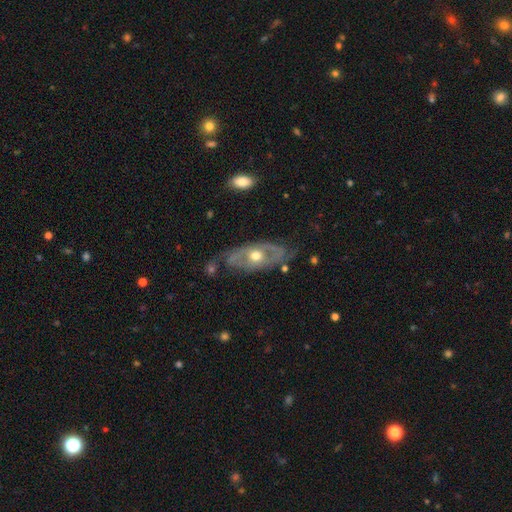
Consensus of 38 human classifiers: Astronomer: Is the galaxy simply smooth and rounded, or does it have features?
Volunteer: featured or disk — 84%.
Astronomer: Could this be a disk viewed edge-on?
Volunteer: no — 94%.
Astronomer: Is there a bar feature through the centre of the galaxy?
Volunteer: no — 70%.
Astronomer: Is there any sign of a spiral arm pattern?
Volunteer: yes — 93%.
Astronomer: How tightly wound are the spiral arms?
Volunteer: tight — 75%.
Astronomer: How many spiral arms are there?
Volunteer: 2 — 57%.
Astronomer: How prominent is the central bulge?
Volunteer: moderate — 80%.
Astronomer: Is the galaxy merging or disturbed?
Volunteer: none — 89%.